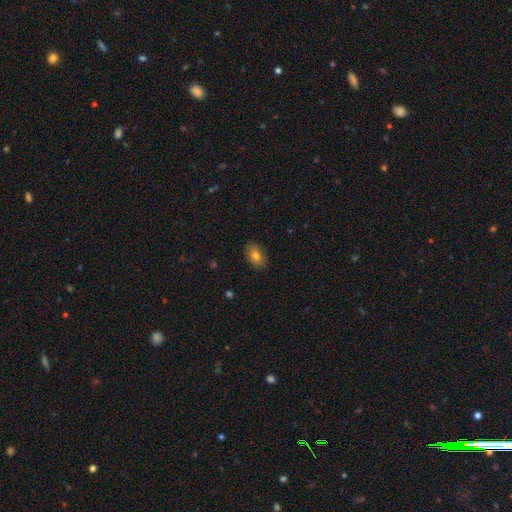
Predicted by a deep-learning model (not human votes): The model was most divided on "smooth or featured": smooth: 79%, featured or disk: 12%, star or artifact: 9%. More confident: merging — none (87%); how rounded — in between (85%).